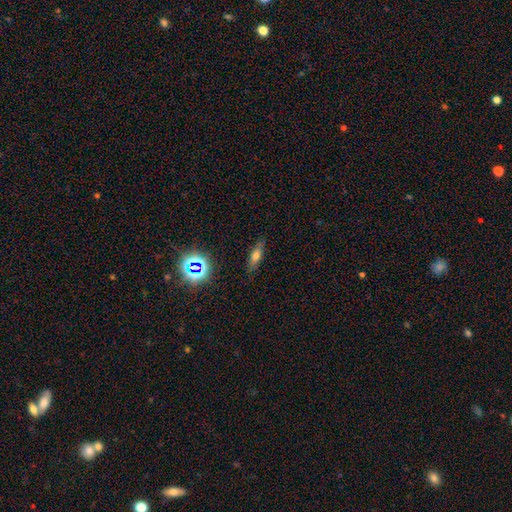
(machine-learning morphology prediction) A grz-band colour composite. It shows a smooth galaxy with no disk features (61%) that is in between round and cigar-shaped (49%). Merging: none (83%).